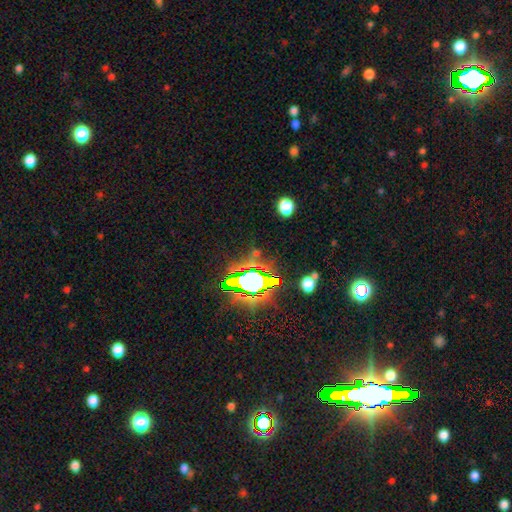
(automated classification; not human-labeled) This appears to be a star or artifact, not a galaxy (74%).